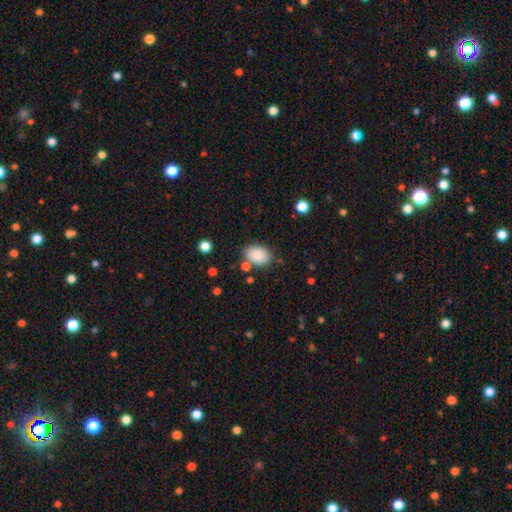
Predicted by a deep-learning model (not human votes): Overall: smooth (87%). How rounded: in between (80%). Merging: none (76%).